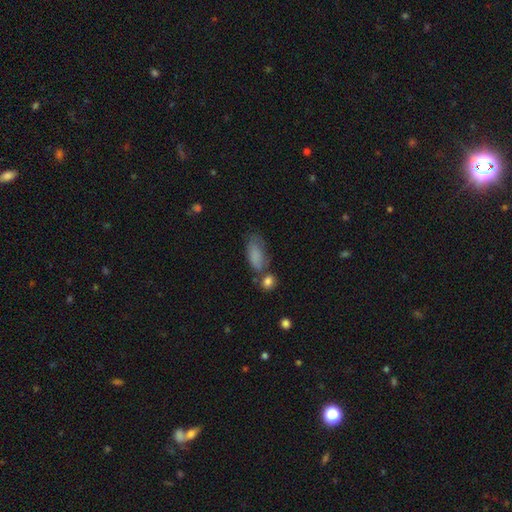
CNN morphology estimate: smooth_or_featured: smooth (p=0.80) [alt: featured or disk p=0.11]
how_rounded: in between (p=0.84) [alt: cigar-shaped p=0.12]
merging: none (p=0.47) [alt: minor disturbance p=0.26]